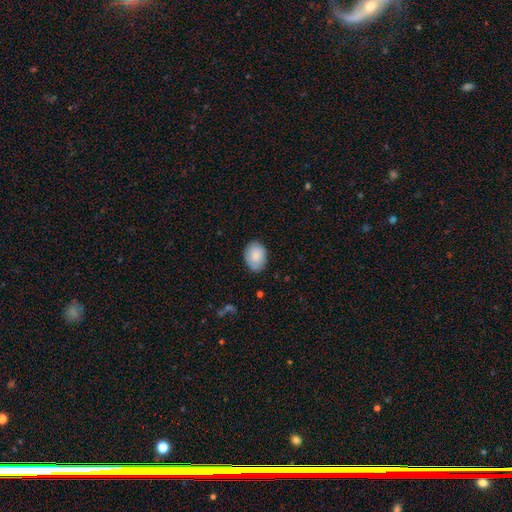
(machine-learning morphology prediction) This is clearly a smooth galaxy (86%). How rounded: likely in between (70%). Merging: clearly none (81%).